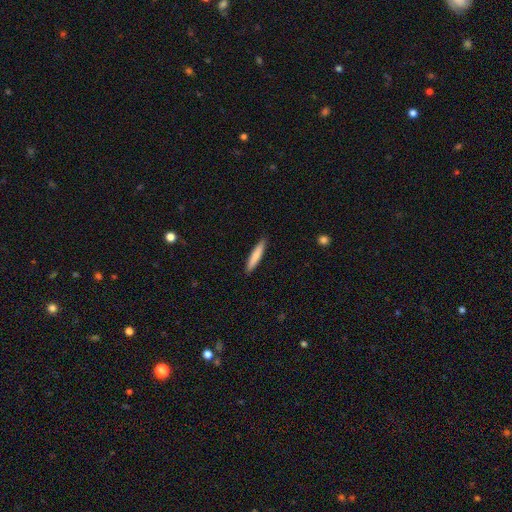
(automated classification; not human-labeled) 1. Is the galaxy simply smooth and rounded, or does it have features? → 80% smooth, 15% featured or disk, 5% star or artifact.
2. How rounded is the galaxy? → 92% cigar-shaped, 7% in between, 1% round.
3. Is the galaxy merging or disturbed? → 91% none, 7% minor disturbance, 1% major disturbance, 1% merger.